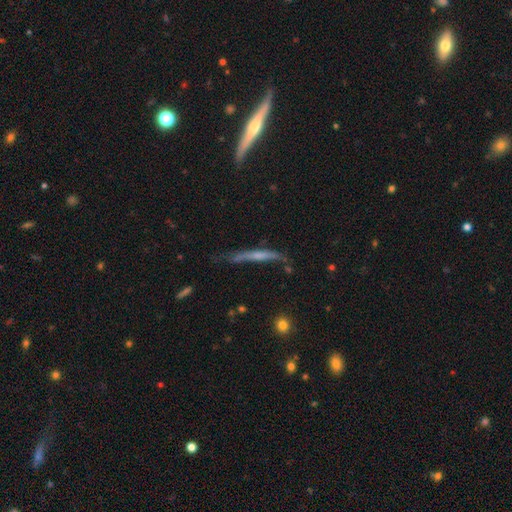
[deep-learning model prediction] This appears to be a featured or disk galaxy (55%) viewed edge-on (87%). Merging: none (56%).